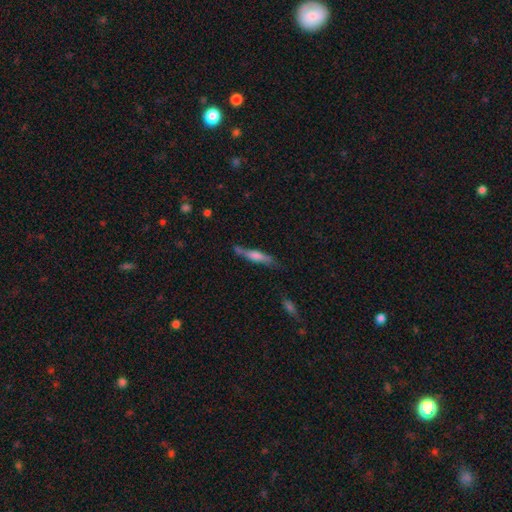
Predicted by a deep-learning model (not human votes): A smooth galaxy with no disk features (49%).

Vote fractions:
- Smooth or featured? smooth: 49% / featured or disk: 43% / star or artifact: 7%
- Merging? none: 63% / minor disturbance: 23% / merger: 7% / major disturbance: 7%